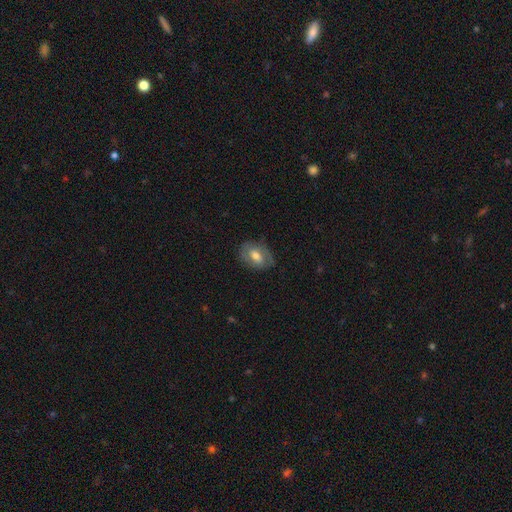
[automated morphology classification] Smooth or featured: smooth — 49% (featured or disk — 44%)
Merging: none — 72% (minor disturbance — 20%)